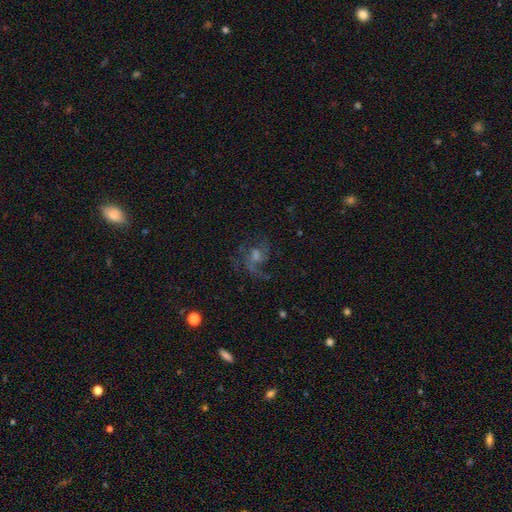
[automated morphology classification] This appears to be a featured or disk galaxy (71%) with no bar (65%), 2 (39%) loose (43%, tied with medium) spiral arms (91%) and a moderate central bulge (44%). Merging: none (57%).